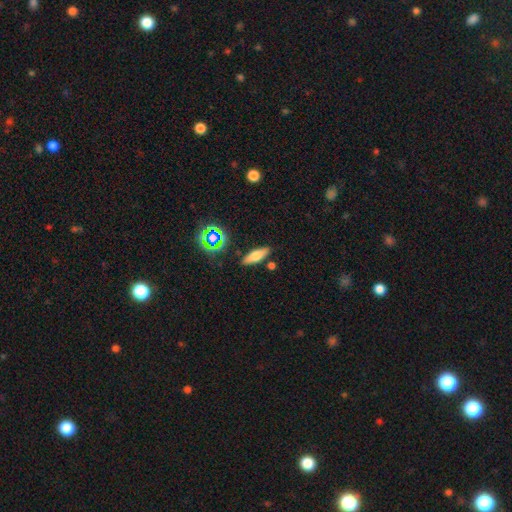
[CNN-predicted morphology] This is likely a smooth galaxy (63%). How rounded: possibly in between (50%). Merging: clearly none (83%).